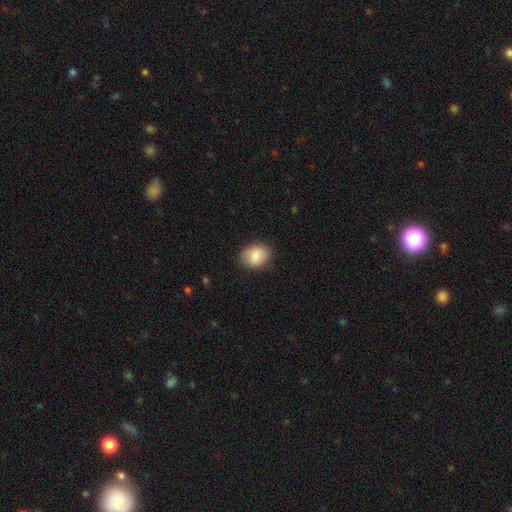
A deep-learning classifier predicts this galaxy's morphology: The model was most divided on "how rounded": in between: 55%, round: 44%, cigar-shaped: 1%. More confident: smooth or featured — smooth (87%); merging — none (82%).